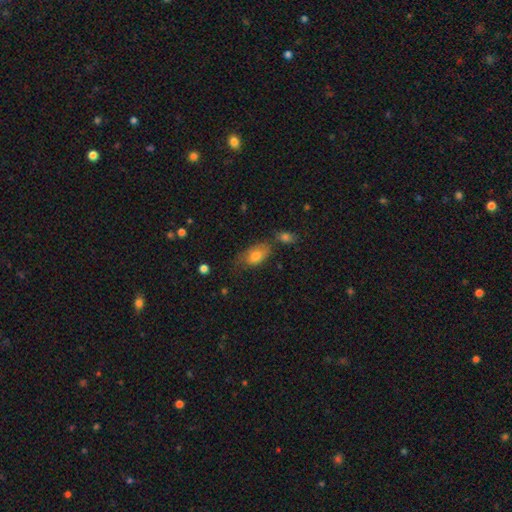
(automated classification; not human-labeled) This is likely a smooth galaxy (74%). How rounded: clearly in between (88%). Merging: possibly none (51%).